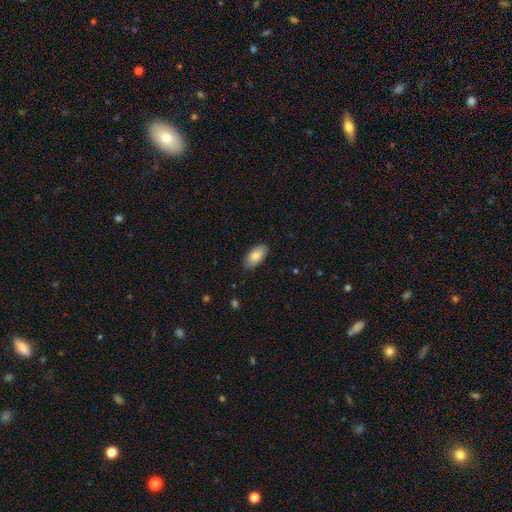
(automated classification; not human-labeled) A smooth galaxy with no disk features (83%) that is in between round and cigar-shaped (94%). Merging: none (86%).